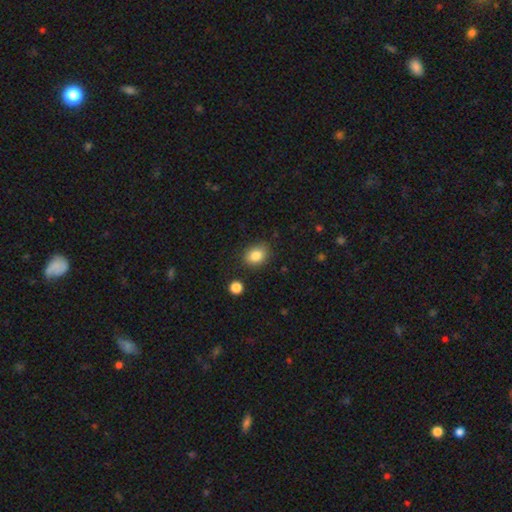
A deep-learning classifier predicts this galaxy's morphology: Smooth or featured? smooth (84%)
How rounded? in between (66%)
Merging? none (83%)